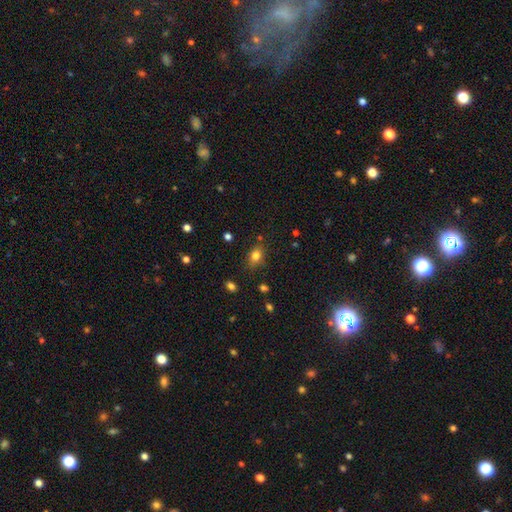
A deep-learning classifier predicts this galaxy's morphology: The model was most divided on "how rounded": in between: 66%, round: 31%, cigar-shaped: 2%. More confident: smooth or featured — smooth (79%); merging — none (77%).